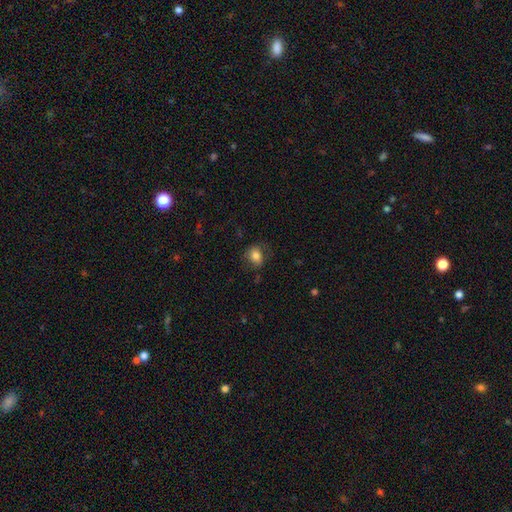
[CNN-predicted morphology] Smooth or featured: smooth — 77% (featured or disk — 13%)
How rounded: round — 51% (in between — 48%)
Merging: none — 68% (minor disturbance — 21%)